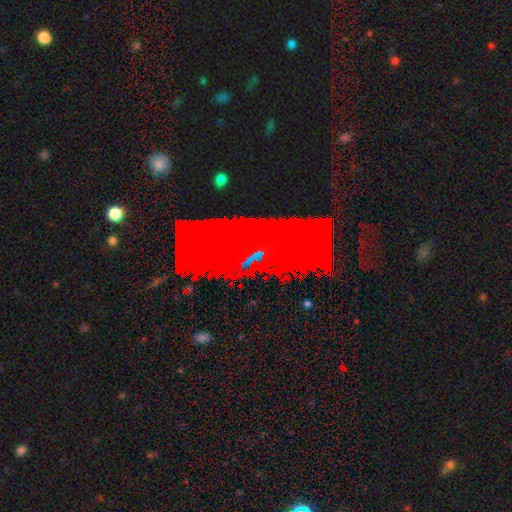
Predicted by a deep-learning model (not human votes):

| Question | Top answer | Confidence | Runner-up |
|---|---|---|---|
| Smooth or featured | star or artifact | 71% | featured or disk (17%) |